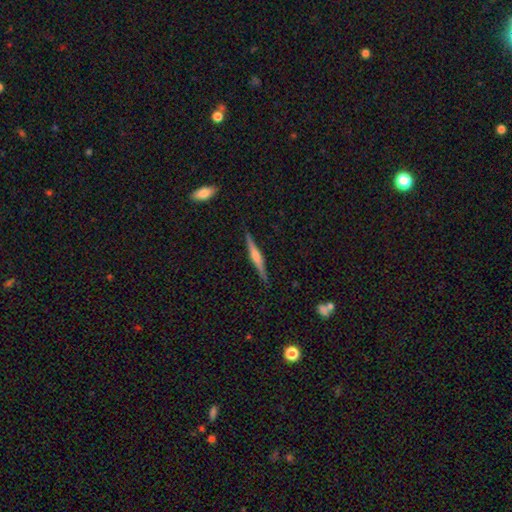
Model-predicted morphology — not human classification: Smooth or featured: featured or disk — 72% (smooth — 22%)
Edge-on disk: yes — 98% (no — 2%)
Edge-on bulge: rounded — 78% (none — 11%)
Merging: none — 89% (minor disturbance — 8%)